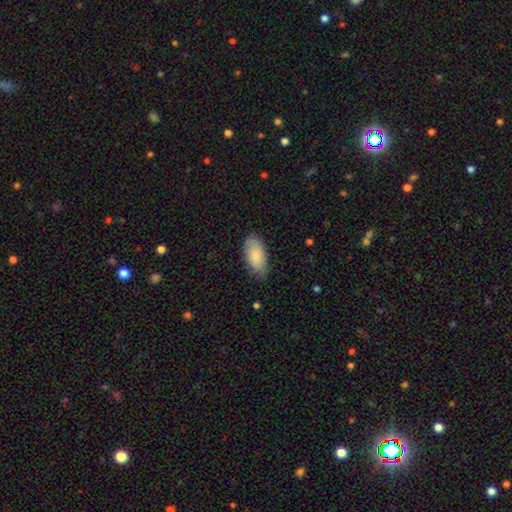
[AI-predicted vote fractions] Morphology: type=smooth (83%); roundness=in between (94%); merging=none (73%).